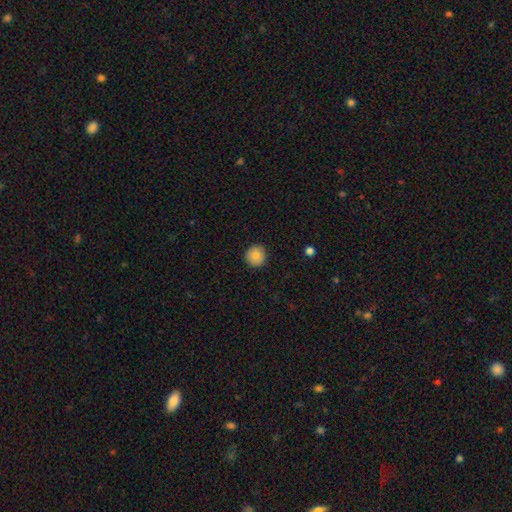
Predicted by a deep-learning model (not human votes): Overall: smooth (84%). How rounded: round (93%). Merging: none (91%).